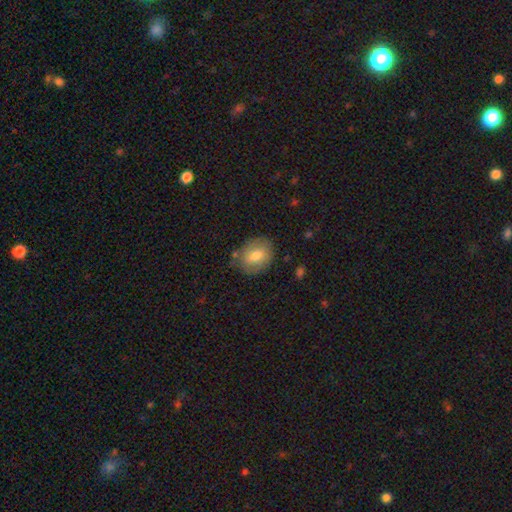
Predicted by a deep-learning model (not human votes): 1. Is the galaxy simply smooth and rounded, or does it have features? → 71% smooth, 21% featured or disk, 8% star or artifact.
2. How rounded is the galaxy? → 54% in between, 45% round, 1% cigar-shaped.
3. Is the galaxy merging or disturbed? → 78% none, 15% minor disturbance, 4% major disturbance, 3% merger.